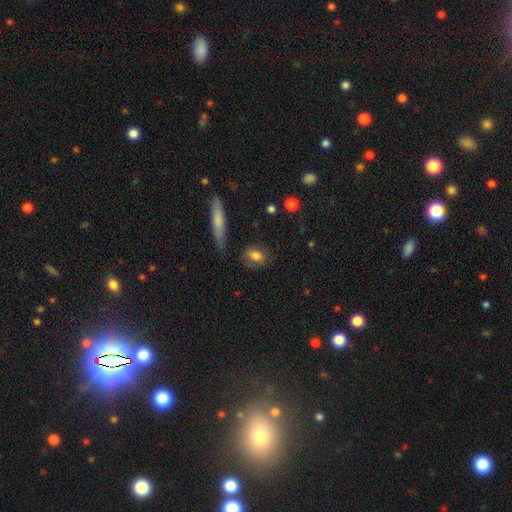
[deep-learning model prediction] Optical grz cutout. It shows a smooth galaxy with no disk features (78%) that is in between round and cigar-shaped (68%). Merging: none (71%).